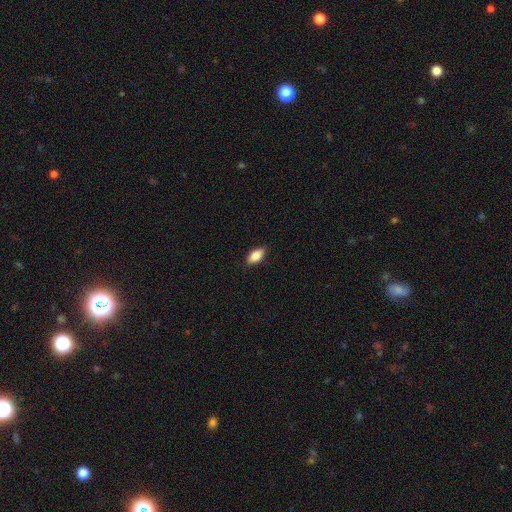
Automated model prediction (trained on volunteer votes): This appears to be a smooth galaxy with no disk features (82%) that is in between round and cigar-shaped (88%). Merging: none (86%).